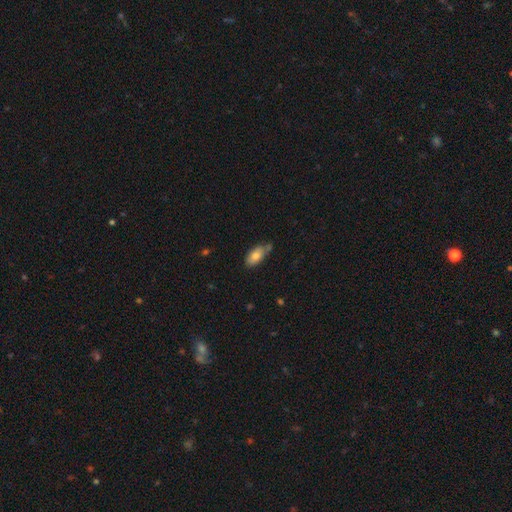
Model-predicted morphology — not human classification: Smooth or featured? smooth (76%)
How rounded? in between (91%)
Merging? none (60%)